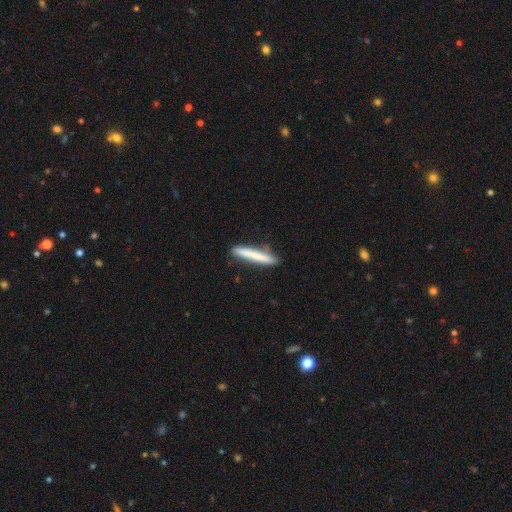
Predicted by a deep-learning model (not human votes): smooth_or_featured: smooth (p=0.73) [alt: featured or disk p=0.21]
how_rounded: cigar-shaped (p=0.95) [alt: in between p=0.04]
merging: none (p=0.79) [alt: minor disturbance p=0.15]